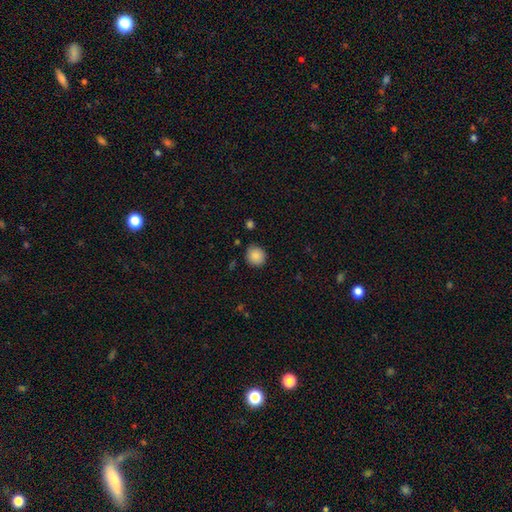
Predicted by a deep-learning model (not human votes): Smooth or featured? smooth (88%)
How rounded? round (81%)
Merging? none (84%)